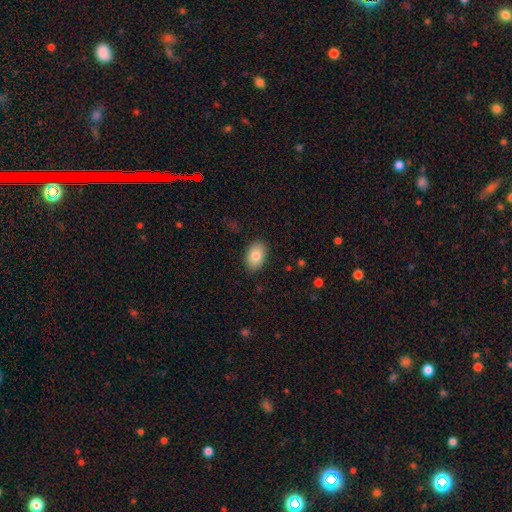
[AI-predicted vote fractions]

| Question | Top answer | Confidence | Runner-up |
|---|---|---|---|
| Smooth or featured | smooth | 83% | featured or disk (10%) |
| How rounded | in between | 87% | round (12%) |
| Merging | none | 88% | minor disturbance (9%) |